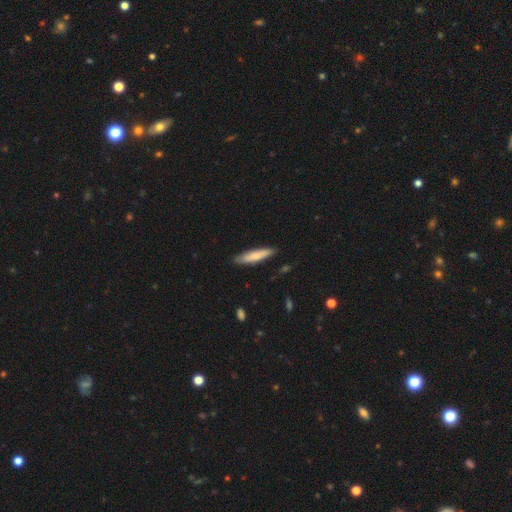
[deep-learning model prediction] Smooth or featured? smooth (73%)
How rounded? cigar-shaped (85%)
Merging? none (85%)